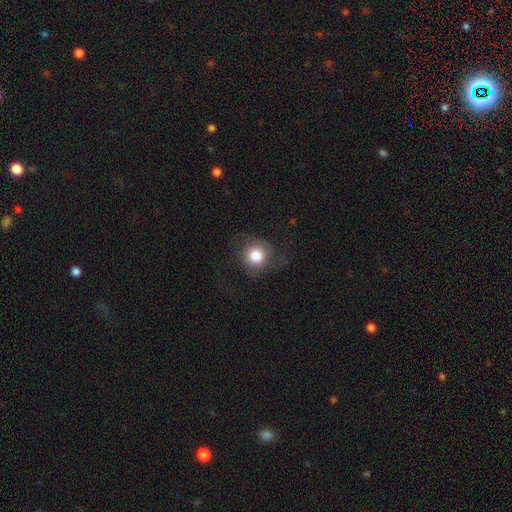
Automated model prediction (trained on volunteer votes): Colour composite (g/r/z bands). It shows a smooth galaxy with no disk features (72%) that is round (88%). Merging: none (66%).